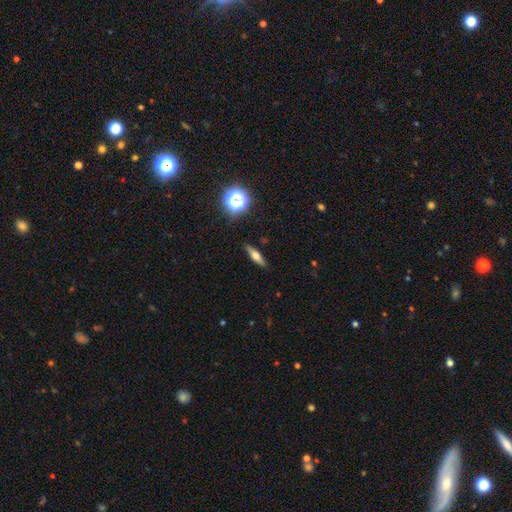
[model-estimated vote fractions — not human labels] Smooth or featured: smooth — 50% (featured or disk — 40%)
Merging: none — 88% (minor disturbance — 9%)